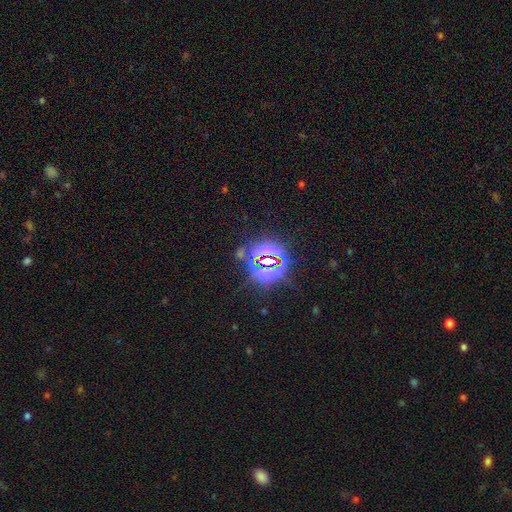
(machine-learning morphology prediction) A star or artifact, not a galaxy (82%).

Vote fractions:
- Smooth or featured? star or artifact: 82% / smooth: 10% / featured or disk: 8%